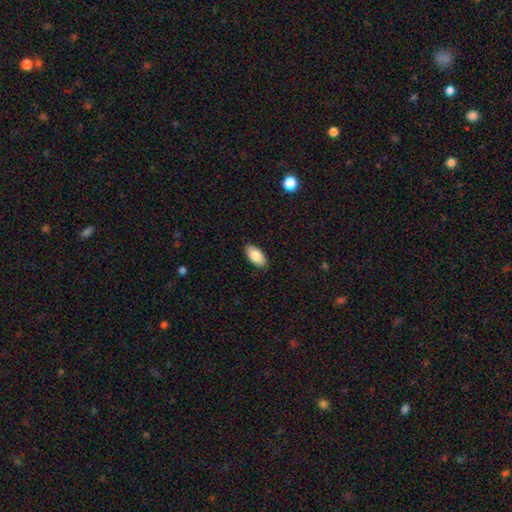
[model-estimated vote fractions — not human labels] The model was most divided on "smooth or featured": smooth: 85%, featured or disk: 9%, star or artifact: 6%. More confident: how rounded — in between (93%); merging — none (89%).